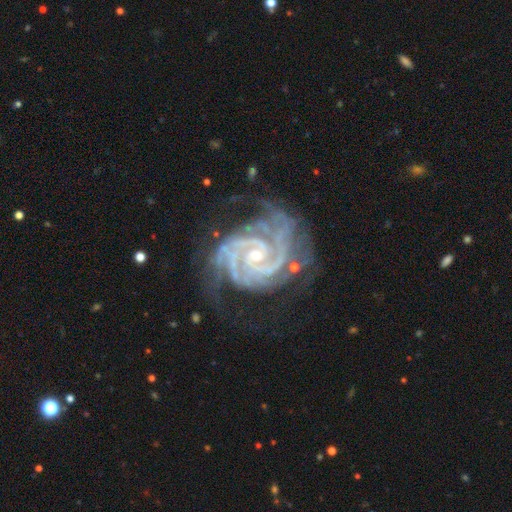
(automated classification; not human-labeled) Smooth or featured?
  - featured or disk: 93% *
  - star or artifact: 5%
  - smooth: 2%
Edge-on disk?
  - no: 98% *
  - yes: 2%
Bar?
  - no: 58% *
  - weak: 29%
  - strong: 14%
Spiral arms?
  - yes: 99% *
  - no: 1%
Spiral winding?
  - tight: 72% *
  - medium: 25%
  - loose: 3%
Spiral arm count?
  - 2: 28% *
  - 3: 27%
  - 4: 17%
  - can't tell: 12%
  - more than 4: 8%
  - 1: 7%
Bulge size?
  - small: 71% *
  - moderate: 26%
  - none: 1%
  - large: 1%
  - dominant: 1%
Merging?
  - none: 62% *
  - minor disturbance: 22%
  - major disturbance: 13%
  - merger: 2%